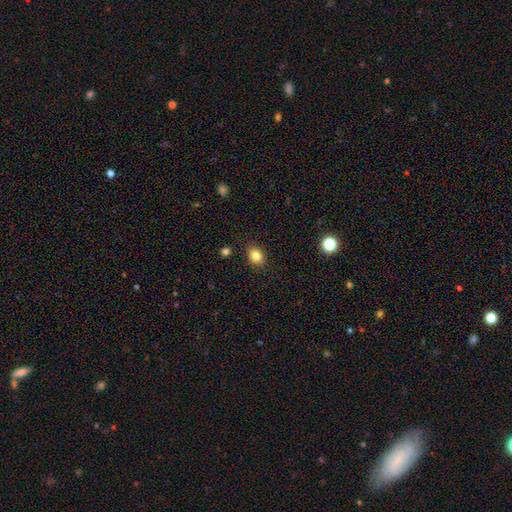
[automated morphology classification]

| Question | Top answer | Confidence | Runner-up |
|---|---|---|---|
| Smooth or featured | smooth | 83% | star or artifact (11%) |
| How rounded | in between | 56% | round (43%) |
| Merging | none | 88% | minor disturbance (9%) |